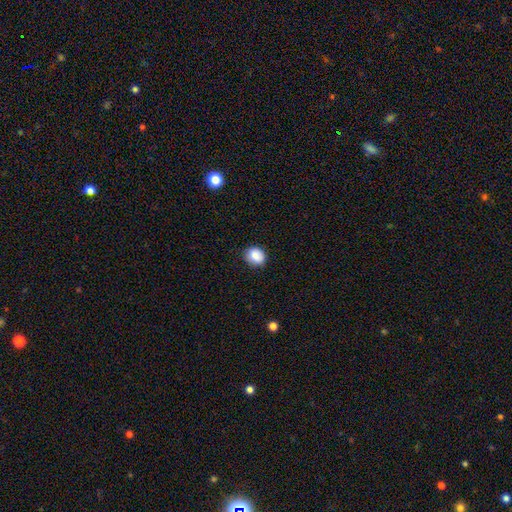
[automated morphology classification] type=smooth (83%); roundness=round (67%); merging=none (84%).